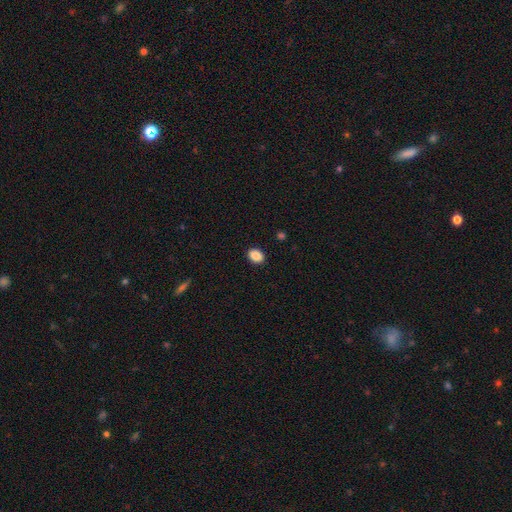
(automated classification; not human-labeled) A smooth galaxy with no disk features (88%) that is in between round and cigar-shaped (67%). Merging: none (91%).